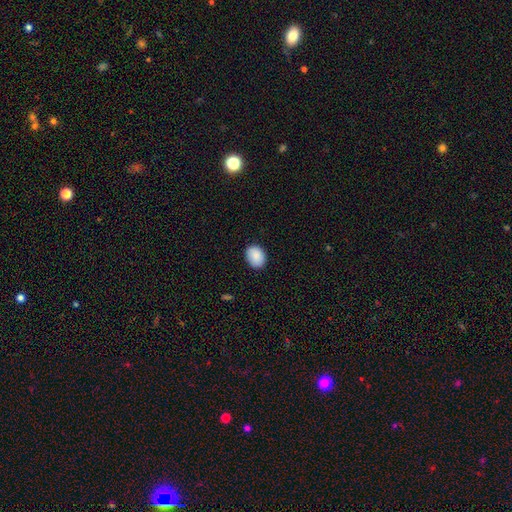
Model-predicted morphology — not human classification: A smooth galaxy with no disk features (89%) that is in between round and cigar-shaped (63%). Merging: none (87%).